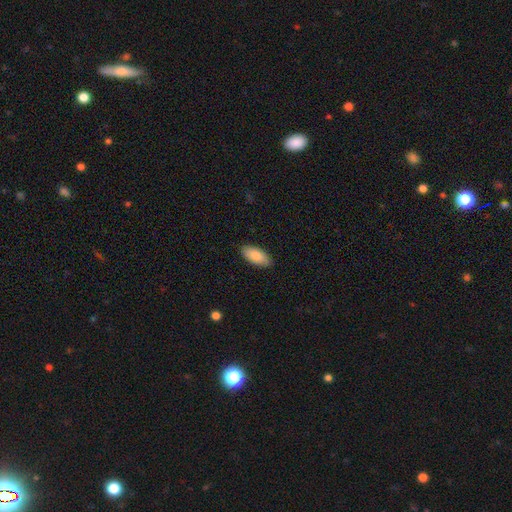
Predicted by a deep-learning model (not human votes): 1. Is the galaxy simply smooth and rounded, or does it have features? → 85% smooth, 10% featured or disk, 6% star or artifact.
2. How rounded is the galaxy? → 90% in between, 9% cigar-shaped, 2% round.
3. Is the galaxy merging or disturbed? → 88% none, 9% minor disturbance, 2% major disturbance, 1% merger.